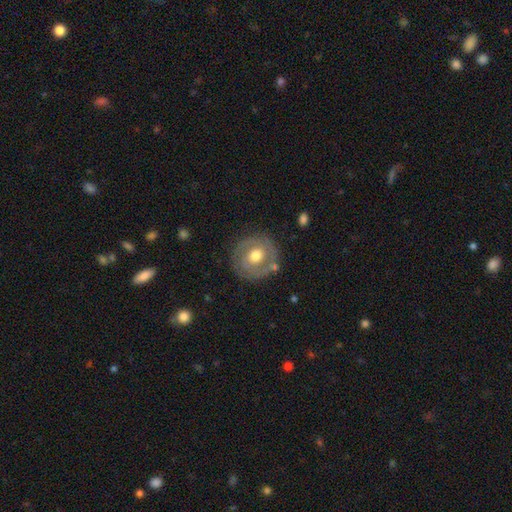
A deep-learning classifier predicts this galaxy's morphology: The model was most divided on "spiral arms": yes: 51%, no: 49%. More confident: edge-on disk — no (97%); merging — none (79%); bar — no (73%); bulge size — moderate (68%); smooth or featured — featured or disk (58%).